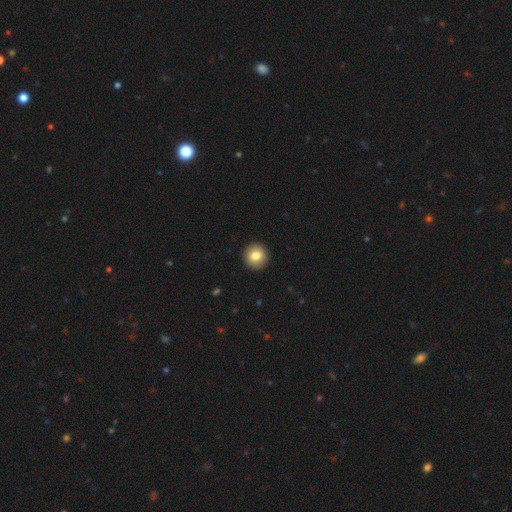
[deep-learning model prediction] A smooth galaxy with no disk features (82%) that is round (93%). Merging: none (93%).